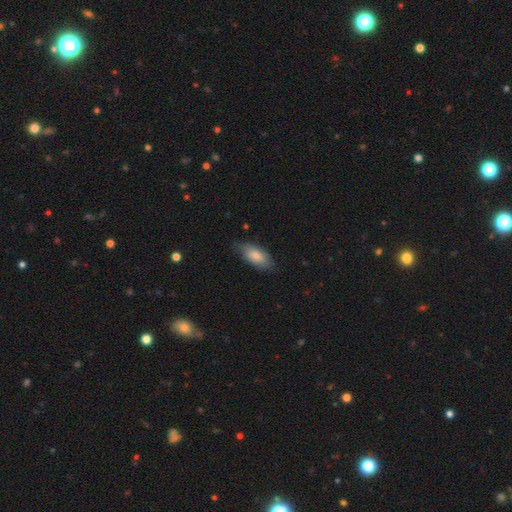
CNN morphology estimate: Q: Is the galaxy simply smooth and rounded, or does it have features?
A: smooth — 81%.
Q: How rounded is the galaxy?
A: in between — 89%.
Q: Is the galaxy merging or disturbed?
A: none — 73%.